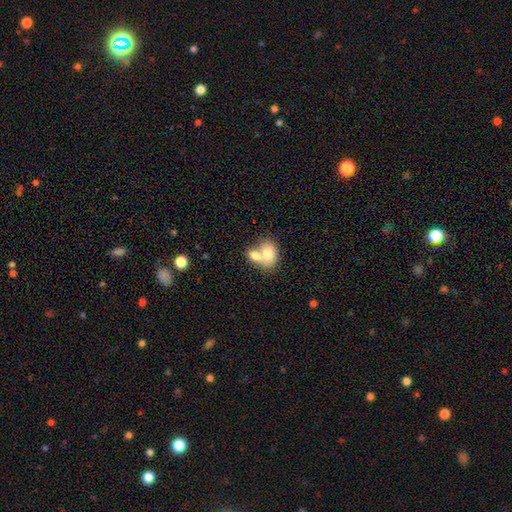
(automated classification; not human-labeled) Q: Smooth or featured?
A: smooth (75%); runner-up: featured or disk (18%)
Q: How rounded?
A: in between (69%); runner-up: round (30%)
Q: Merging?
A: merger (69%); runner-up: none (21%)